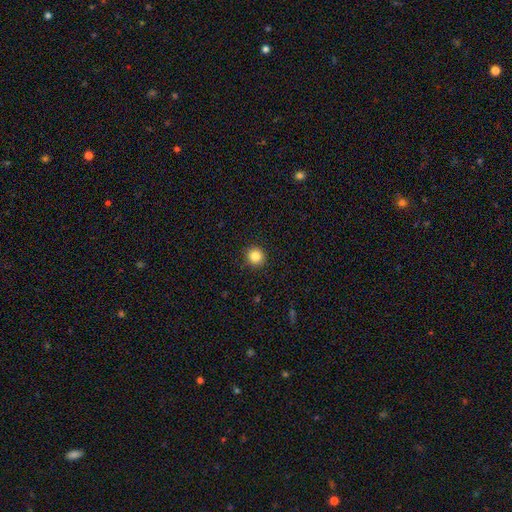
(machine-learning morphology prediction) Q: Smooth or featured?
A: smooth (85%); runner-up: star or artifact (11%)
Q: How rounded?
A: round (92%); runner-up: in between (7%)
Q: Merging?
A: none (92%); runner-up: minor disturbance (5%)